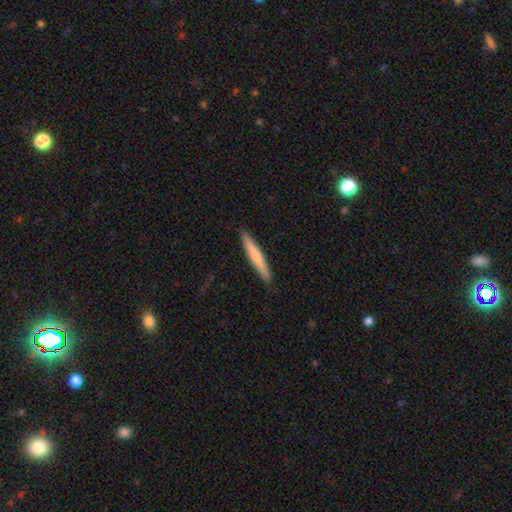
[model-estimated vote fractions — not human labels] Smooth or featured: smooth — 67% (featured or disk — 28%)
How rounded: cigar-shaped — 95% (in between — 4%)
Merging: none — 91% (minor disturbance — 7%)